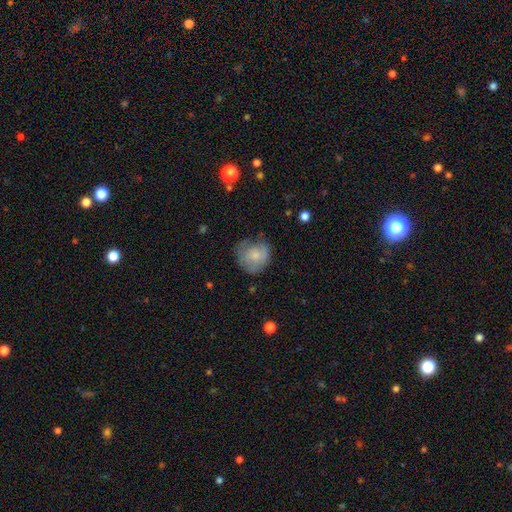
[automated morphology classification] Q: Smooth or featured?
A: smooth (62%); runner-up: featured or disk (31%)
Q: How rounded?
A: round (79%); runner-up: in between (20%)
Q: Merging?
A: none (56%); runner-up: minor disturbance (29%)